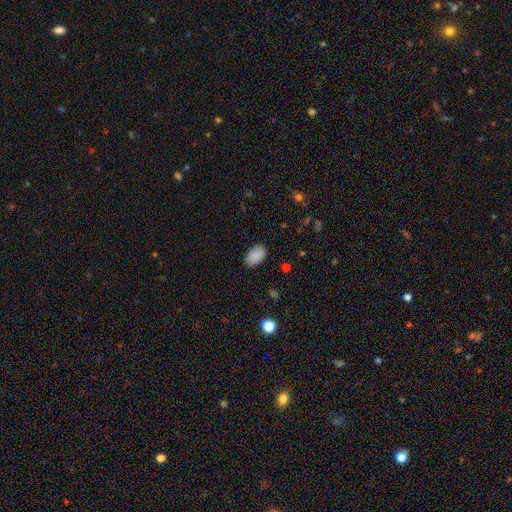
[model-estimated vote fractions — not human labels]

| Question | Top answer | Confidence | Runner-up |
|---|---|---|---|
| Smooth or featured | smooth | 89% | star or artifact (7%) |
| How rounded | in between | 93% | round (6%) |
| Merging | none | 86% | minor disturbance (11%) |